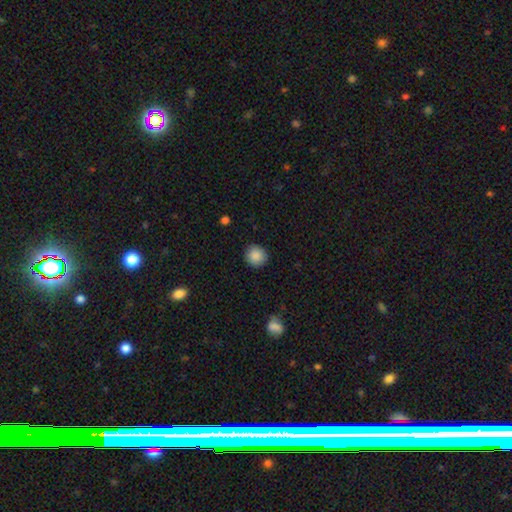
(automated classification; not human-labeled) Overall: smooth (88%). How rounded: round (90%). Merging: none (89%).